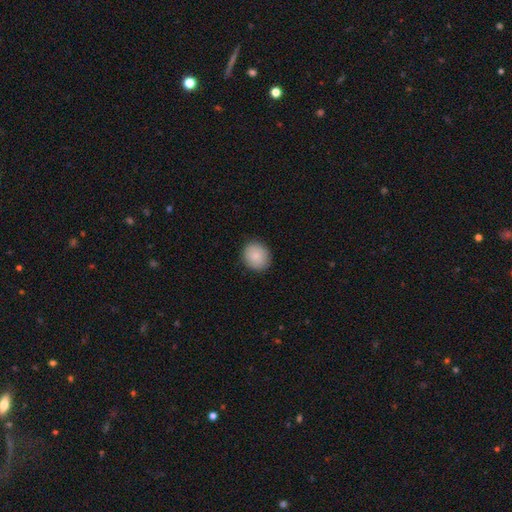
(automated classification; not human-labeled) The model was most divided on "how rounded": round: 73%, in between: 27%, cigar-shaped: 1%. More confident: merging — none (89%); smooth or featured — smooth (87%).